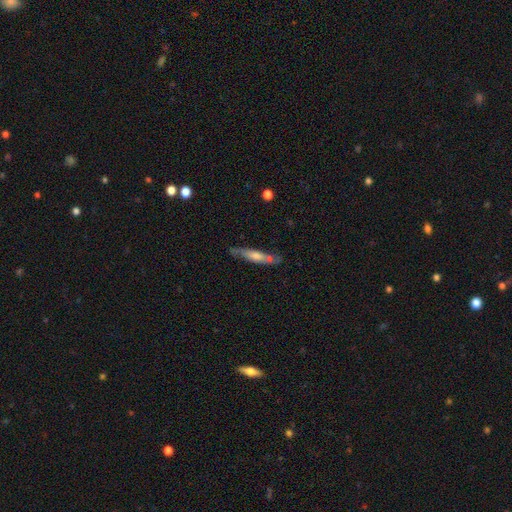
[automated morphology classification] featured or disk 49%, smooth 44%, star or artifact 6%. Down the decision tree: merging — none (71%).